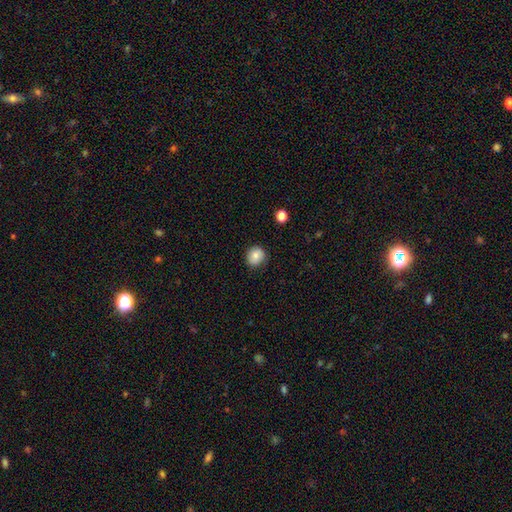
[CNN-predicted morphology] Overall: smooth (81%). How rounded: round (81%). Merging: none (85%).